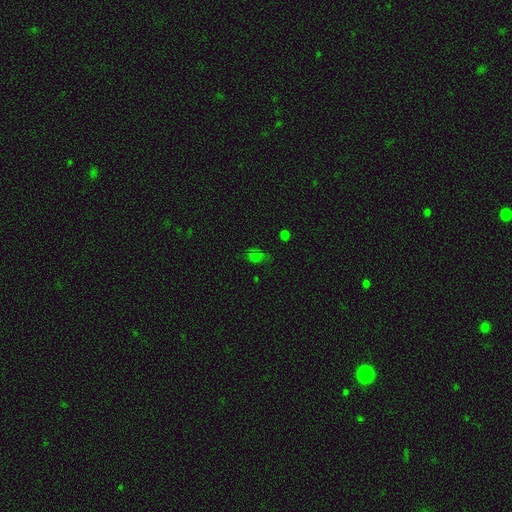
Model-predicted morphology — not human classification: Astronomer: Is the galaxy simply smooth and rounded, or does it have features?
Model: smooth — 60%.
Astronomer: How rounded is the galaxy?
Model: in between — 69%.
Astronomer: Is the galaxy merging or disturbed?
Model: none — 57%.